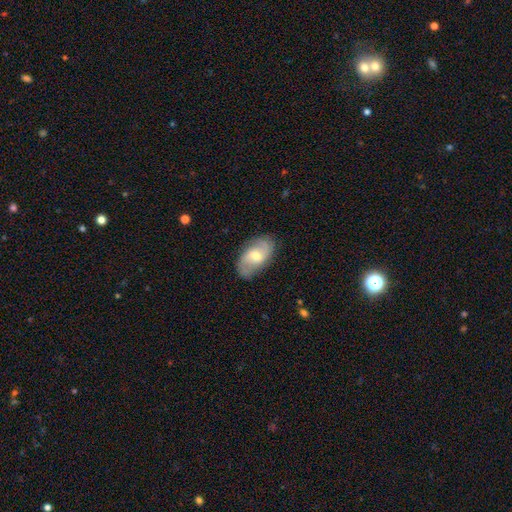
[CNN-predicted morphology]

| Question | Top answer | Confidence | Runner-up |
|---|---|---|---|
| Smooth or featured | featured or disk | 58% | smooth (36%) |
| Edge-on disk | no | 94% | yes (6%) |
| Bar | weak | 47% | no (42%) |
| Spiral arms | yes | 82% | no (18%) |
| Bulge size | moderate | 63% | small (30%) |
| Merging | none | 79% | minor disturbance (16%) |